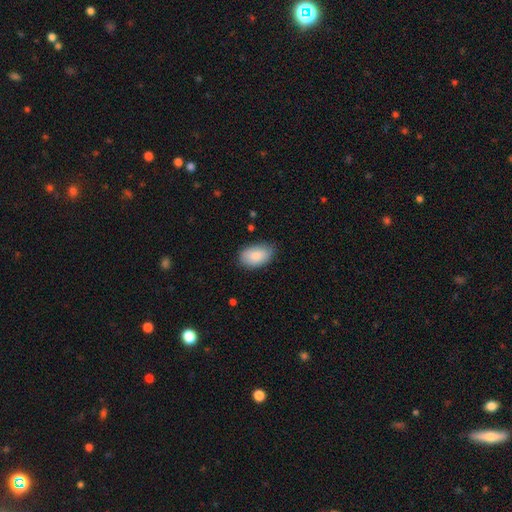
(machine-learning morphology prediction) Q: Smooth or featured?
A: smooth (87%); runner-up: featured or disk (7%)
Q: How rounded?
A: in between (93%); runner-up: round (6%)
Q: Merging?
A: none (77%); runner-up: minor disturbance (18%)